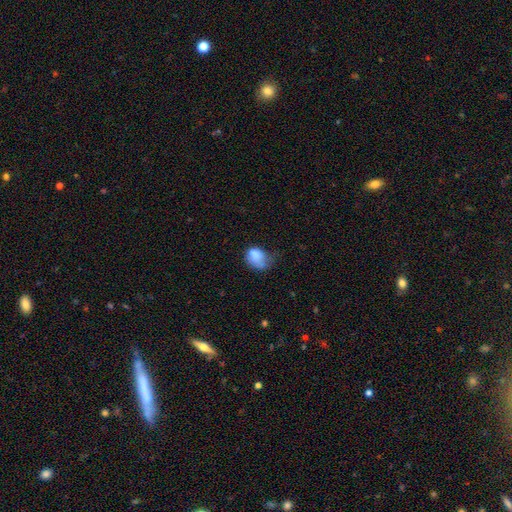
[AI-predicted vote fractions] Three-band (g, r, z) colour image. It shows a smooth galaxy with no disk features (78%) that is in between round and cigar-shaped (63%). Merging: minor disturbance (39%).